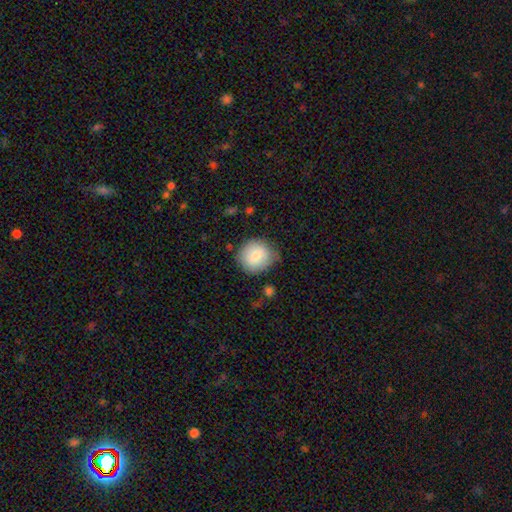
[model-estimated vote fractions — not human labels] smooth 82%, featured or disk 11%, star or artifact 8%. Down the decision tree: how rounded — round (86%); merging — none (75%).